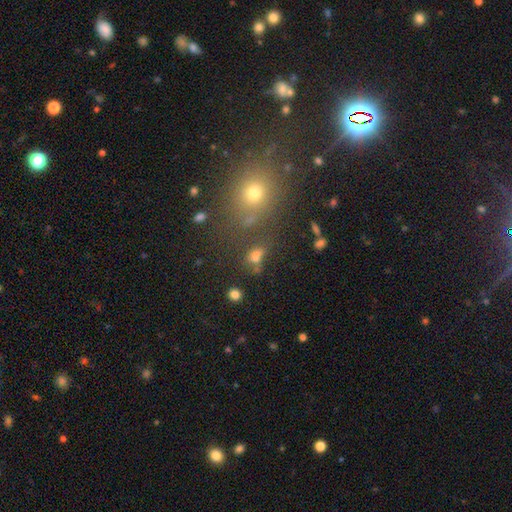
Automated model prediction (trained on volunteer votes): Smooth or featured: smooth — 64% (star or artifact — 26%)
How rounded: in between — 49% (round — 48%)
Merging: none — 61% (merger — 19%)